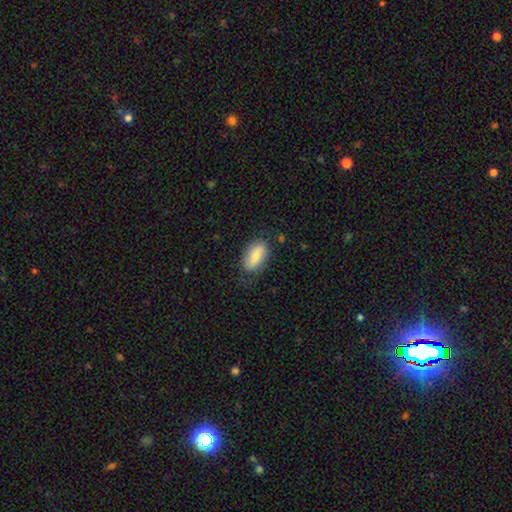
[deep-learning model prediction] Smooth or featured? Predicted: smooth (p=0.74). How rounded? Predicted: in between (p=0.91). Merging? Predicted: none (p=0.75).